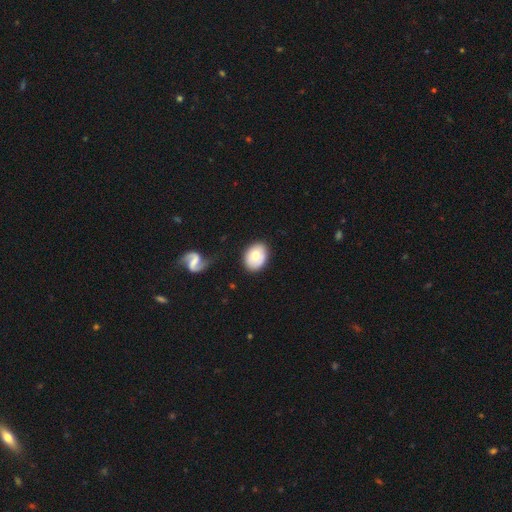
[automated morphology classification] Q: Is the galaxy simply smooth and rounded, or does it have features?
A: smooth — 61%.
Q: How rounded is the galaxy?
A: in between — 61%.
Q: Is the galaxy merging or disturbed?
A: none — 80%.